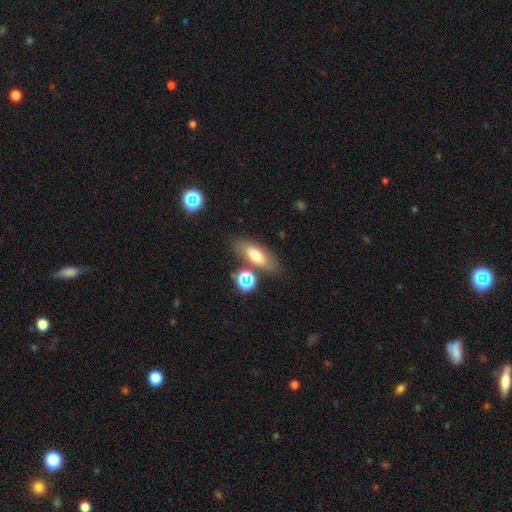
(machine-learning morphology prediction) Smooth or featured: smooth — 65% (featured or disk — 23%)
How rounded: in between — 71% (cigar-shaped — 22%)
Merging: none — 73% (minor disturbance — 13%)